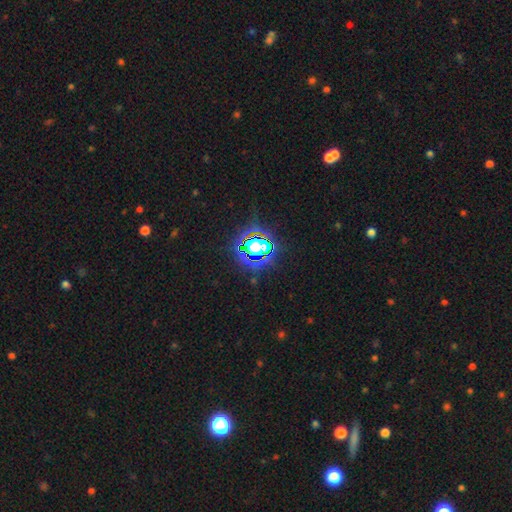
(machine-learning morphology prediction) Smooth or featured?
  - star or artifact: 83% *
  - smooth: 10%
  - featured or disk: 6%